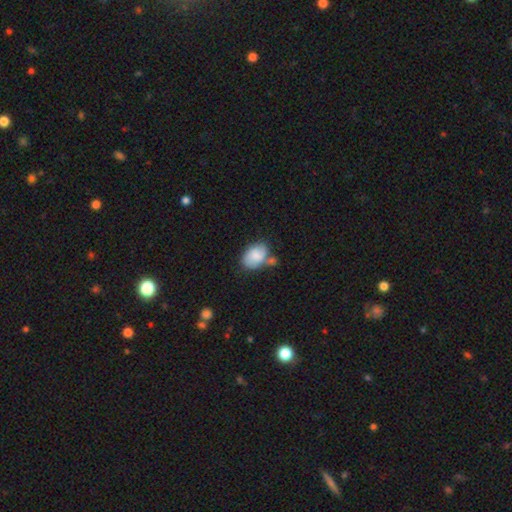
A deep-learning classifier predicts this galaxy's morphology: This is likely a smooth galaxy (79%). How rounded: clearly in between (83%). Merging: marginally none (44%).